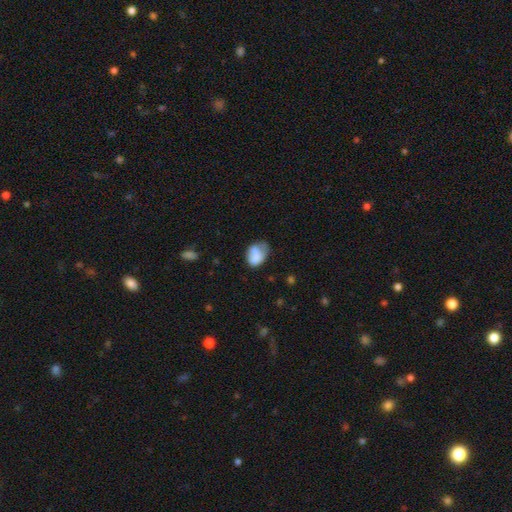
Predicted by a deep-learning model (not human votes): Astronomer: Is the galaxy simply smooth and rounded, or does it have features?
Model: smooth — 75%.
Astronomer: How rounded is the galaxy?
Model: in between — 77%.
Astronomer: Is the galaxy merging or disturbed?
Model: none — 36% (runner-up: minor disturbance, 35%).